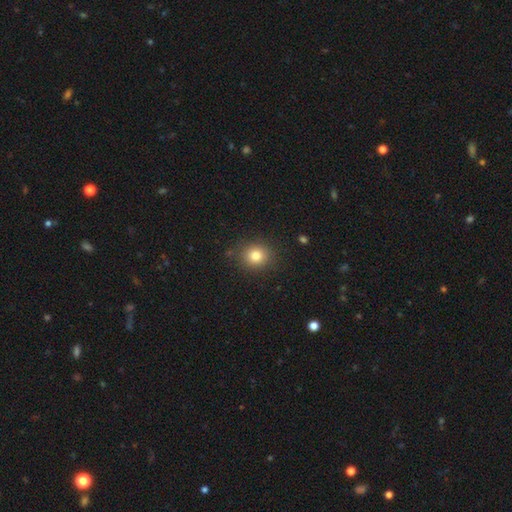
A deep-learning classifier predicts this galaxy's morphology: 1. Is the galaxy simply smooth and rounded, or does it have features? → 80% smooth, 12% star or artifact, 7% featured or disk.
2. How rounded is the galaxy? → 82% round, 17% in between, 1% cigar-shaped.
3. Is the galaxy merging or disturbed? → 87% none, 9% minor disturbance, 3% major disturbance, 2% merger.